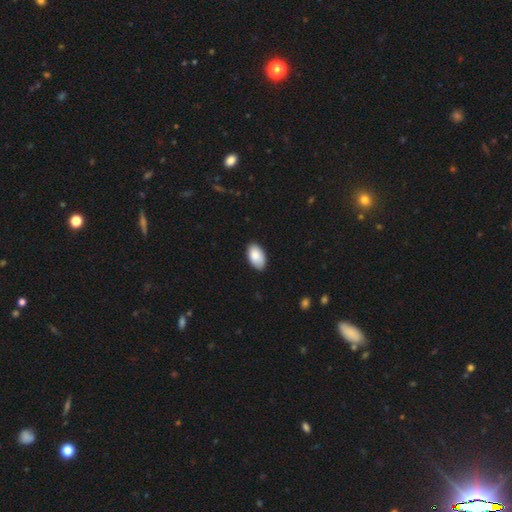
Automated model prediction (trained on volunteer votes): The model was most divided on "merging": none: 85%, minor disturbance: 13%, major disturbance: 2%, merger: 1%. More confident: how rounded — in between (96%); smooth or featured — smooth (88%).